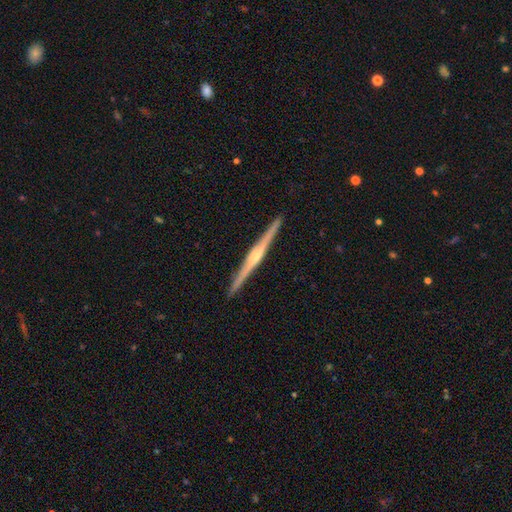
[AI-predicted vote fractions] Smooth or featured? featured or disk (84%)
Edge-on disk? yes (99%)
Edge-on bulge? rounded (78%)
Merging? none (93%)